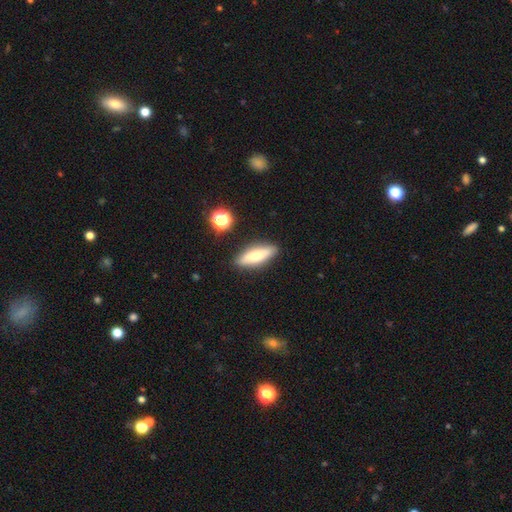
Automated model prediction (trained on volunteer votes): Morphology: type=smooth (59%); roundness=cigar-shaped (50%); merging=none (86%).